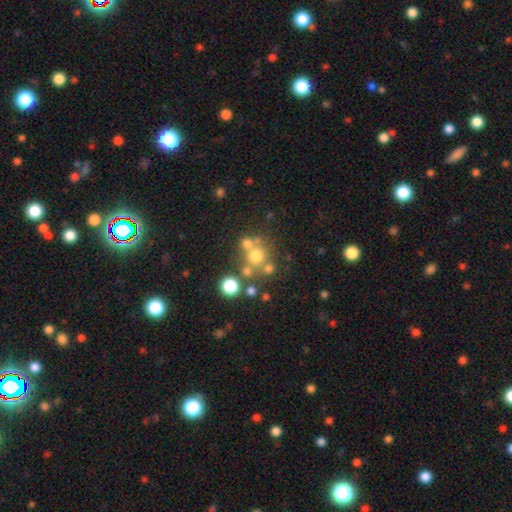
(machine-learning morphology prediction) smooth-or-featured: smooth: 60% | star or artifact: 20% | featured or disk: 20%
  how-rounded: round: 88% | in between: 11% | cigar-shaped: 1%
  merging: none: 58% | merger: 27% | minor disturbance: 9% | major disturbance: 6%